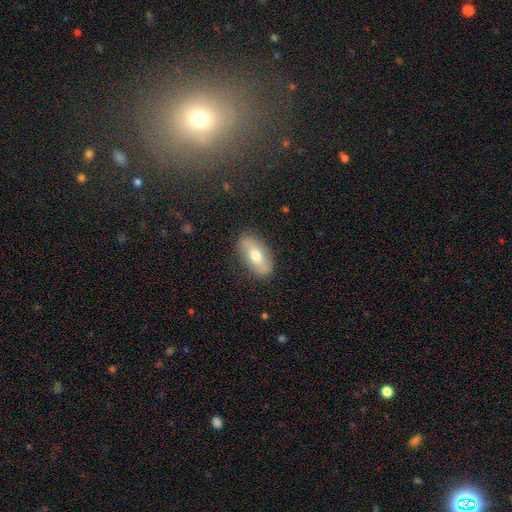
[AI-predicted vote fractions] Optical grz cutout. It shows a smooth galaxy with no disk features (62%) that is in between round and cigar-shaped (88%). Merging: none (85%).